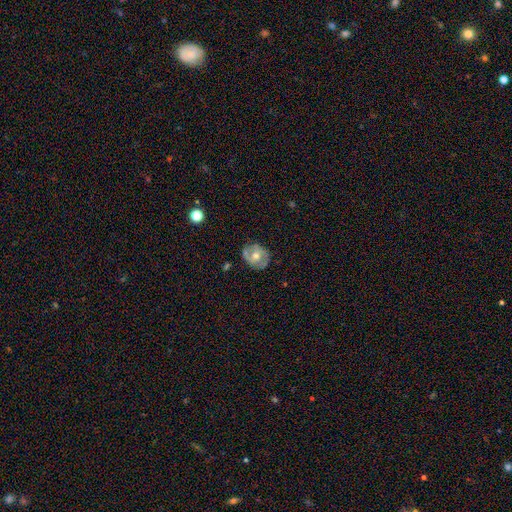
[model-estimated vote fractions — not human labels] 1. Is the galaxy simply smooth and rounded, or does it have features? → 61% featured or disk, 32% smooth, 7% star or artifact.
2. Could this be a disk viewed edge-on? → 96% no, 4% yes.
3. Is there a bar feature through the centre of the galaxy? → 73% no, 21% weak, 5% strong.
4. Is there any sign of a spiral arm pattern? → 56% yes, 44% no.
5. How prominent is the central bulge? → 74% moderate, 14% small, 10% large, 1% none, 1% dominant.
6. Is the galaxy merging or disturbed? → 75% none, 18% minor disturbance, 5% major disturbance, 2% merger.